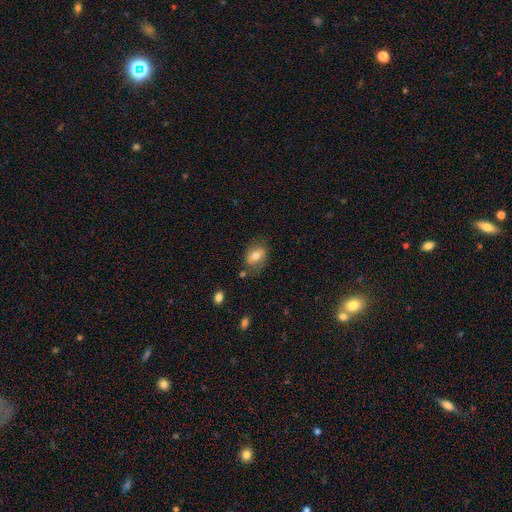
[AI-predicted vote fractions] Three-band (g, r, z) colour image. It shows a smooth galaxy with no disk features (69%) that is in between round and cigar-shaped (67%). Merging: none (71%).